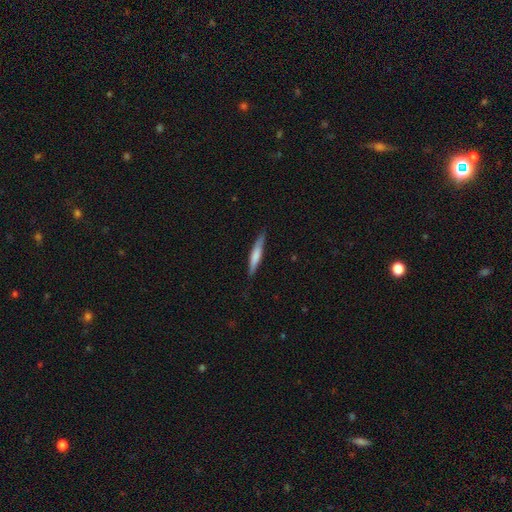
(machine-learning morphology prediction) Overall: smooth (63%; featured or disk 32%). How rounded: cigar-shaped (91%). Merging: none (83%).